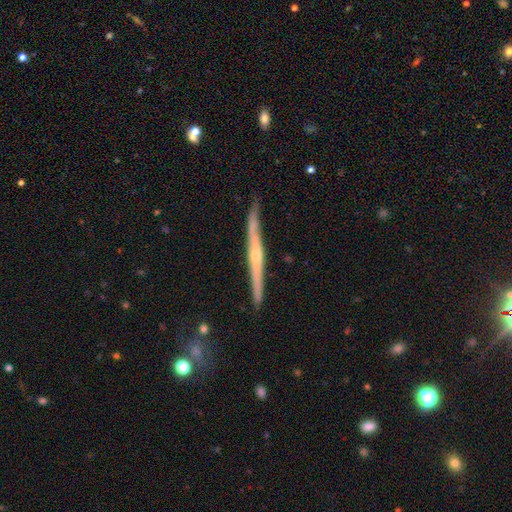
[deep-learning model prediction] featured or disk 80%, smooth 14%, star or artifact 6%. Down the decision tree: edge-on disk — yes (98%); edge-on bulge — rounded (75%); merging — none (88%).